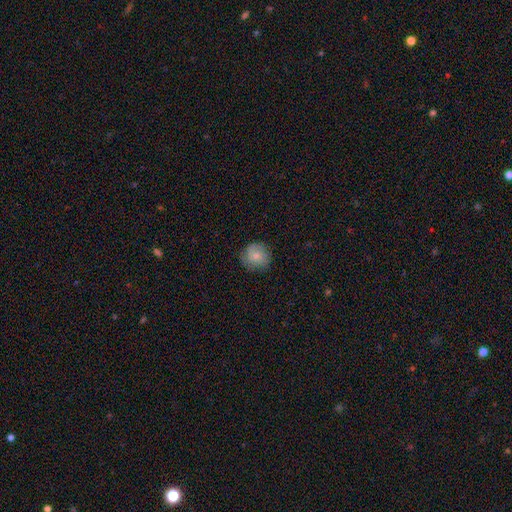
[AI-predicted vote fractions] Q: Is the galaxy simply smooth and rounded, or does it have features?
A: smooth — 74%.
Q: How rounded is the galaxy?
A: round — 87%.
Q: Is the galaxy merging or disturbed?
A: none — 77%.